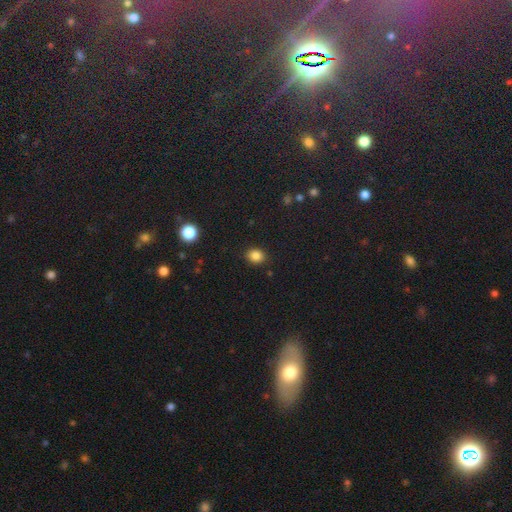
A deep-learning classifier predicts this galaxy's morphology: Q: Smooth or featured?
A: smooth (85%); runner-up: star or artifact (11%)
Q: How rounded?
A: round (58%); runner-up: in between (41%)
Q: Merging?
A: none (89%); runner-up: minor disturbance (8%)